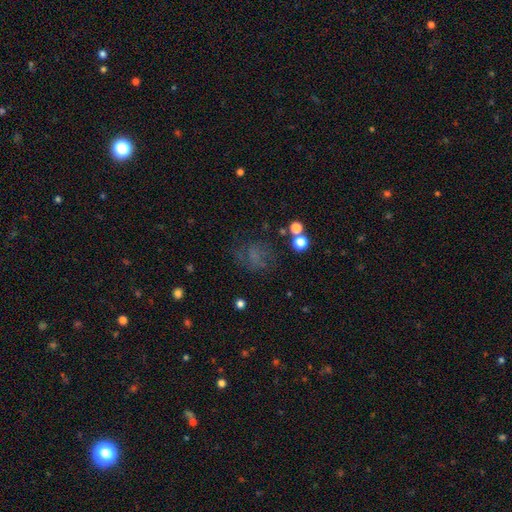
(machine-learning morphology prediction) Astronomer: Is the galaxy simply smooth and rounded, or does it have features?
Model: smooth — 50% (runner-up: star or artifact, 25%).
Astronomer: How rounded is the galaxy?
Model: round — 58% (runner-up: in between, 40%).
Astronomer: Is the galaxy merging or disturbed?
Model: none — 56%.